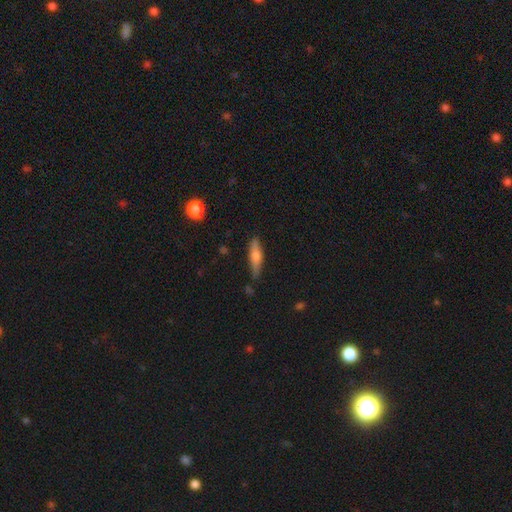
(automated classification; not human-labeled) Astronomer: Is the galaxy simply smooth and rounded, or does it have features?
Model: smooth — 52% (runner-up: featured or disk, 41%).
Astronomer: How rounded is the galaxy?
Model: cigar-shaped — 74%.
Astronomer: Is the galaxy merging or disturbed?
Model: none — 79%.